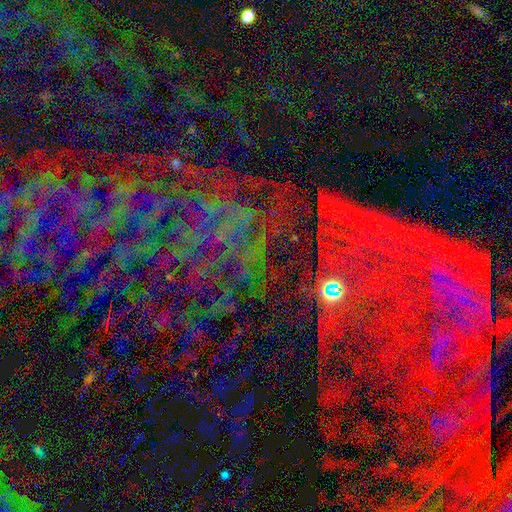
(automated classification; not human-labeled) Smooth or featured? Predicted: star or artifact (p=0.76).